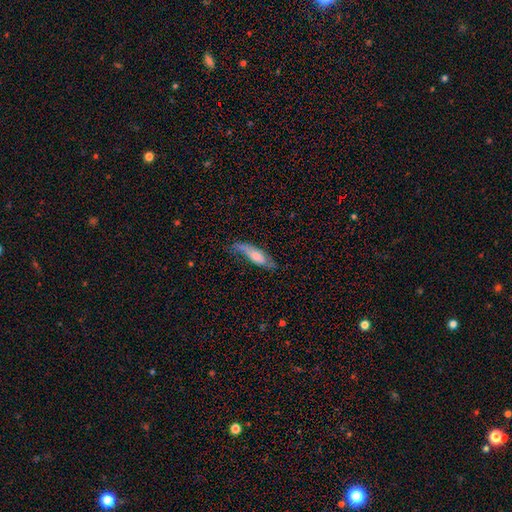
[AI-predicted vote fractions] smooth 57%, featured or disk 37%, star or artifact 6%. Down the decision tree: how rounded — in between (53%); merging — none (47%).